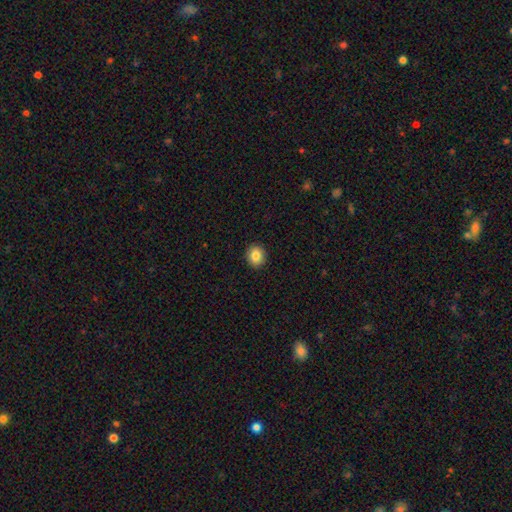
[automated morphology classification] smooth 84%, star or artifact 9%, featured or disk 7%. Down the decision tree: how rounded — round (78%); merging — none (92%).